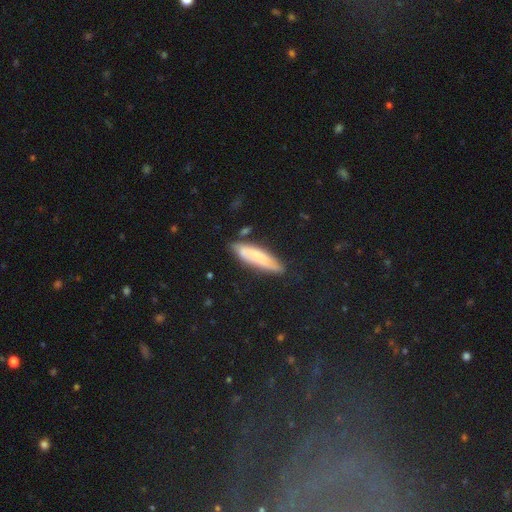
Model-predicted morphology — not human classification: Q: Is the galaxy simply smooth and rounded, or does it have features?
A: smooth — 69%.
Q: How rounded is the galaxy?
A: cigar-shaped — 72%.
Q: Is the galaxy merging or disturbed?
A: none — 75%.